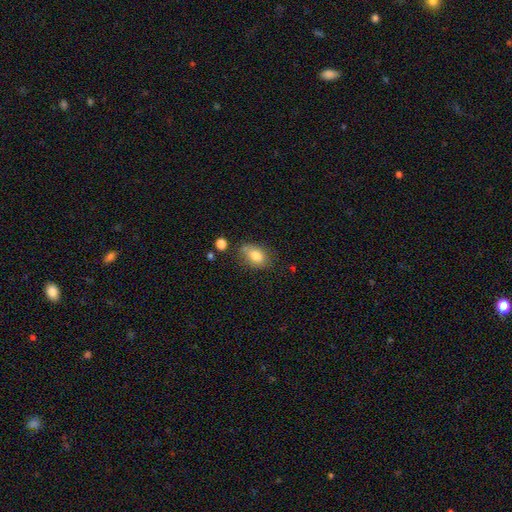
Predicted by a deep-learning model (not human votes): This is likely a smooth galaxy (79%). How rounded: clearly in between (83%). Merging: likely none (65%).